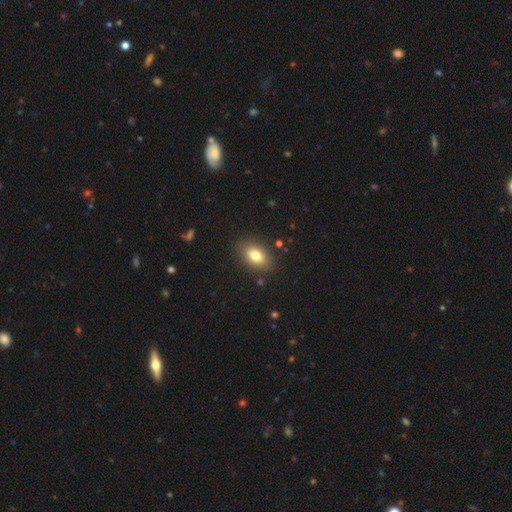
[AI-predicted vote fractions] Overall: smooth (79%). How rounded: in between (85%). Merging: none (86%).